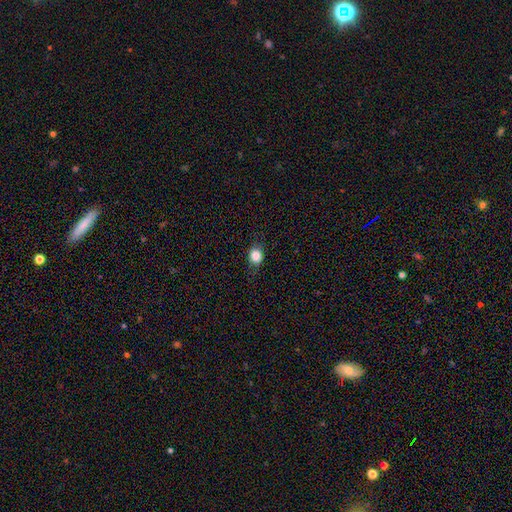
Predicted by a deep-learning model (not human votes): This appears to be a smooth galaxy with no disk features (84%) that is round (68%). Merging: none (80%).